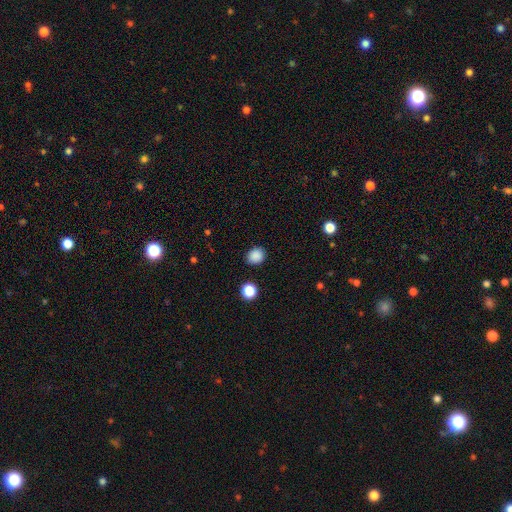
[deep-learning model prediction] A smooth galaxy with no disk features (86%) that is round (68%). Merging: none (87%).